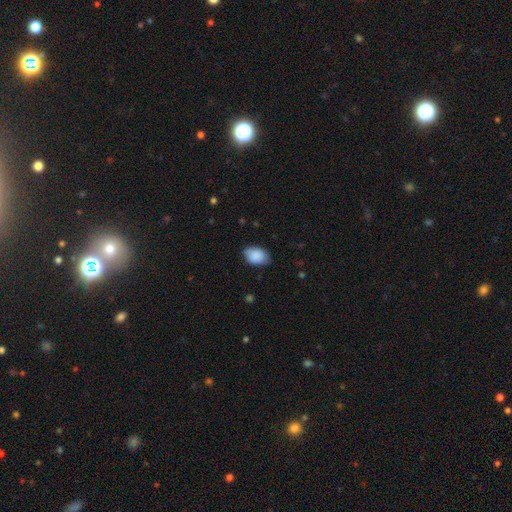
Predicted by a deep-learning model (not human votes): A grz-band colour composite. It shows a smooth galaxy with no disk features (88%) that is in between round and cigar-shaped (85%). Merging: none (75%).